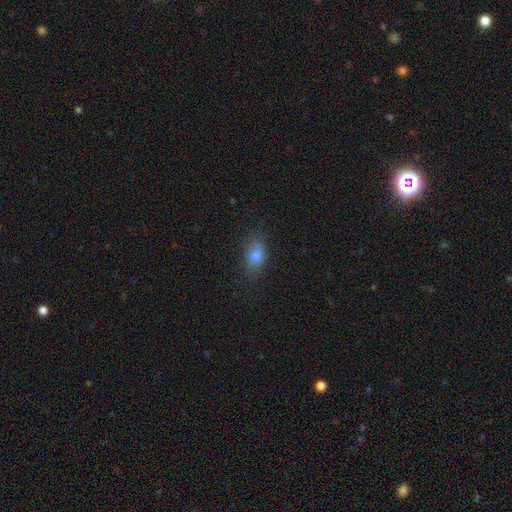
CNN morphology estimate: Smooth or featured?
  - smooth: 78% *
  - star or artifact: 11%
  - featured or disk: 11%
How rounded?
  - in between: 81% *
  - round: 15%
  - cigar-shaped: 4%
Merging?
  - none: 79% *
  - minor disturbance: 16%
  - major disturbance: 4%
  - merger: 1%